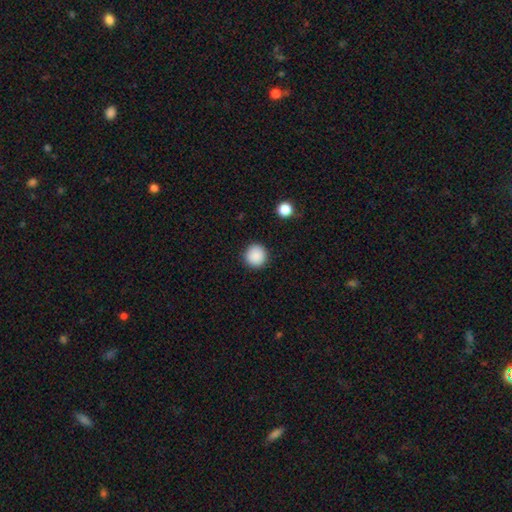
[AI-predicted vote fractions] Smooth or featured? smooth (88%)
How rounded? round (95%)
Merging? none (91%)